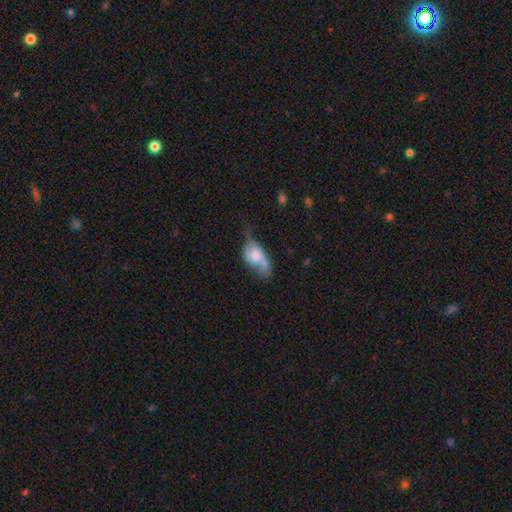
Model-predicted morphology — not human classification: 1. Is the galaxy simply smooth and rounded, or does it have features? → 50% smooth, 42% featured or disk, 8% star or artifact.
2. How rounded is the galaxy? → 86% in between, 9% round, 5% cigar-shaped.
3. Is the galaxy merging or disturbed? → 31% minor disturbance, 28% none, 23% major disturbance, 18% merger.